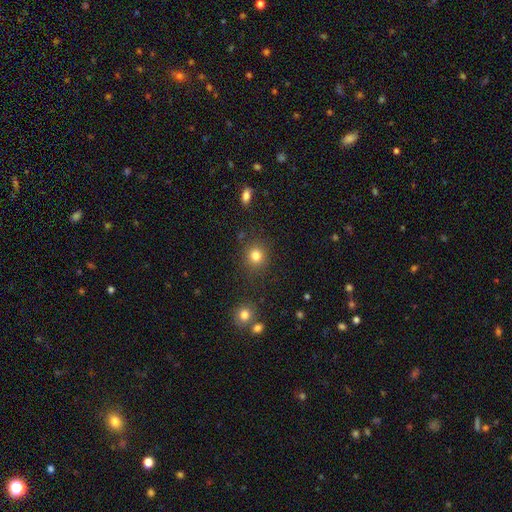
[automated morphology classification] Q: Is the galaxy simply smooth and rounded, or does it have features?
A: smooth — 83%.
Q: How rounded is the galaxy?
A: round — 88%.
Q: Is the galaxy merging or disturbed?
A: none — 85%.